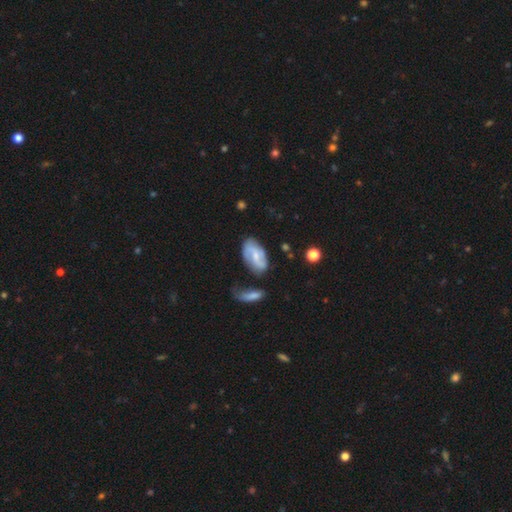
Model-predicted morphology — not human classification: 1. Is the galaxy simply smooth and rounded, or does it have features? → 62% featured or disk, 32% smooth, 6% star or artifact.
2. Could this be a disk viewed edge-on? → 94% no, 6% yes.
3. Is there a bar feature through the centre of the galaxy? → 48% weak, 35% no, 17% strong.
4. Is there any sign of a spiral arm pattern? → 85% yes, 15% no.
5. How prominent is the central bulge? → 56% small, 34% moderate, 7% none, 2% large, 1% dominant.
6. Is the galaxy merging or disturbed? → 61% none, 23% minor disturbance, 9% merger, 8% major disturbance.